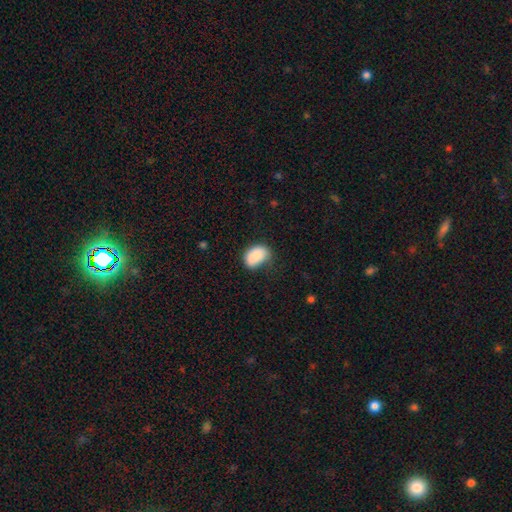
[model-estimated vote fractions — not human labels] Morphology: type=smooth (83%); roundness=in between (78%); merging=none (52%).